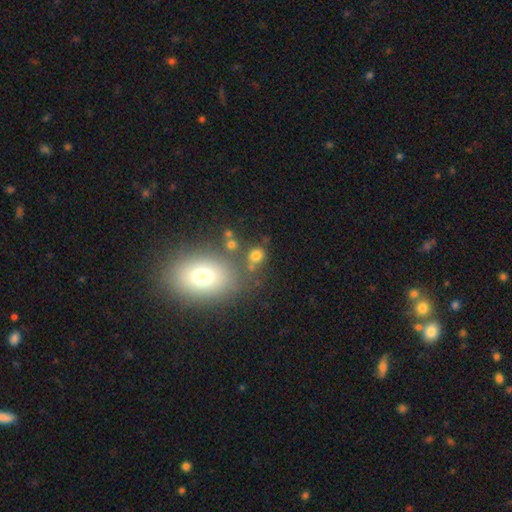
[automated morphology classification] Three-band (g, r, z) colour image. It shows a smooth galaxy with no disk features (73%) that is round (62%). Merging: none (62%).